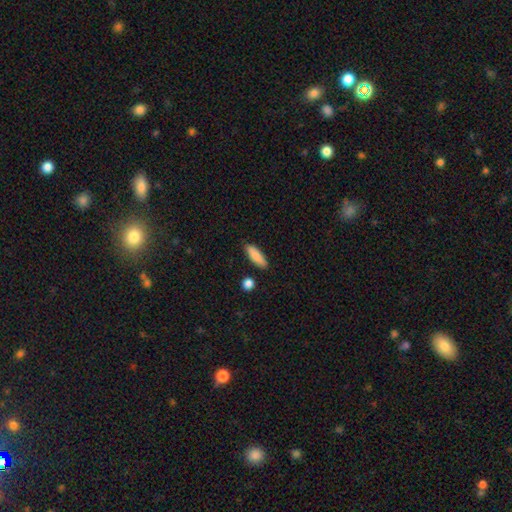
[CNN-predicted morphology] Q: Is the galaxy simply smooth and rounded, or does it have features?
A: smooth — 83%.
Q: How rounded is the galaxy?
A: in between — 53%.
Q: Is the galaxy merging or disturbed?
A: none — 86%.